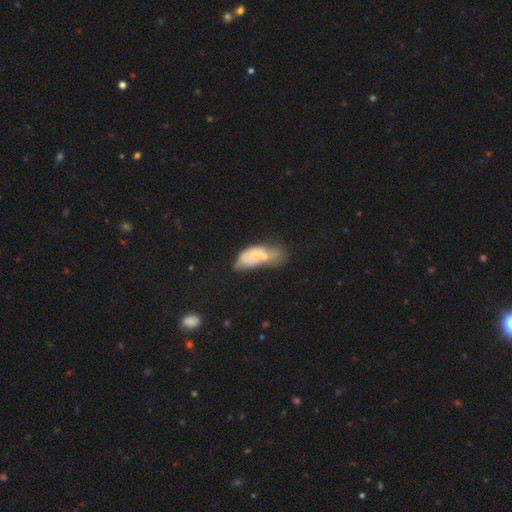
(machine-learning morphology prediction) This appears to be a smooth galaxy with no disk features (51%) that is in between round and cigar-shaped (81%). Merging: merger (51%).